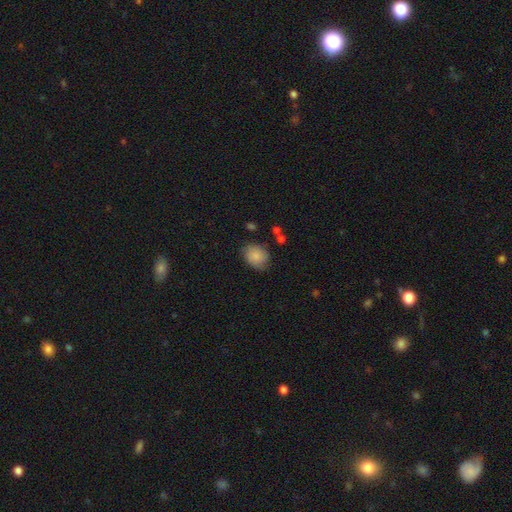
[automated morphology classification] This appears to be a smooth galaxy with no disk features (85%) that is round (51%). Merging: none (72%).